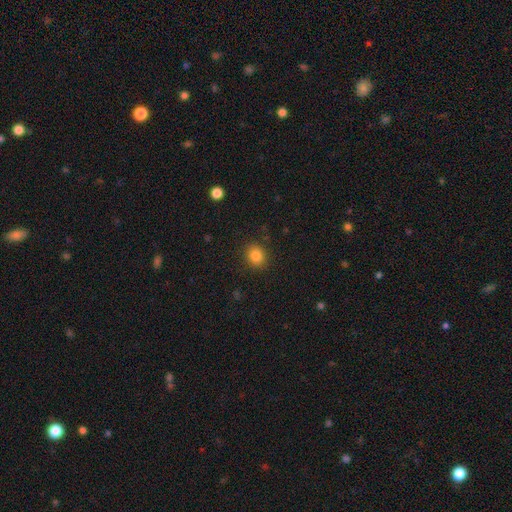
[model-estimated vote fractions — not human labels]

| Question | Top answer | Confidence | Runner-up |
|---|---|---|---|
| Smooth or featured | smooth | 83% | star or artifact (11%) |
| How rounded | round | 68% | in between (32%) |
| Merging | none | 89% | minor disturbance (8%) |